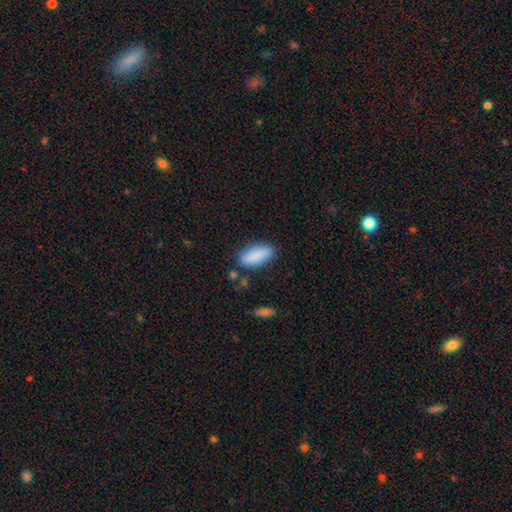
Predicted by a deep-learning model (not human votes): Smooth or featured? smooth (87%)
How rounded? in between (76%)
Merging? none (80%)